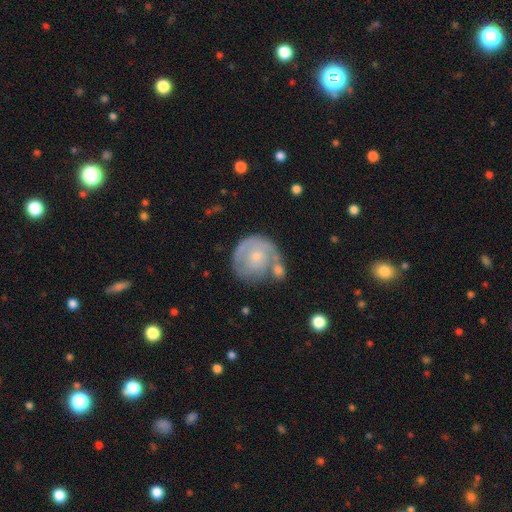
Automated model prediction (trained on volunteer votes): This appears to be a featured or disk galaxy (61%) with no bar (78%), spiral arms (72%) and a small central bulge (64%). Merging: none (51%).